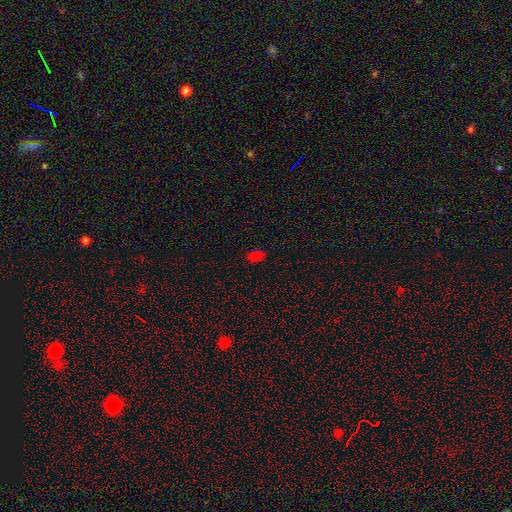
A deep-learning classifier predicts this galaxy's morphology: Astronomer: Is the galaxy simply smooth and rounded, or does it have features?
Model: smooth — 76%.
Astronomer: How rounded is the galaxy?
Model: in between — 83%.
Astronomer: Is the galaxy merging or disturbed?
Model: none — 85%.